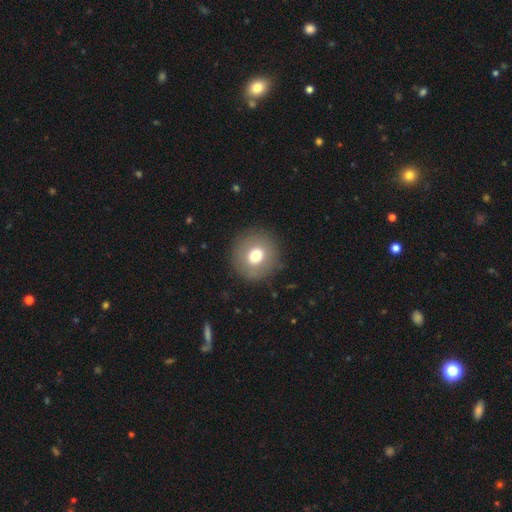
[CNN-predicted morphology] Smooth or featured? Predicted: smooth (p=0.73). How rounded? Predicted: round (p=0.92). Merging? Predicted: none (p=0.89).